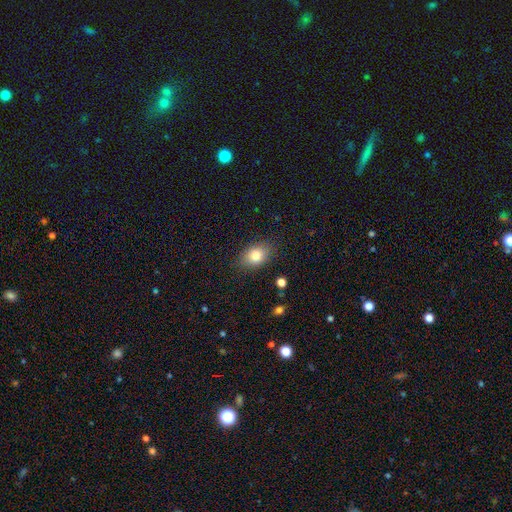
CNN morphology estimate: This appears to be a smooth galaxy with no disk features (81%) that is in between round and cigar-shaped (77%). Merging: none (85%).